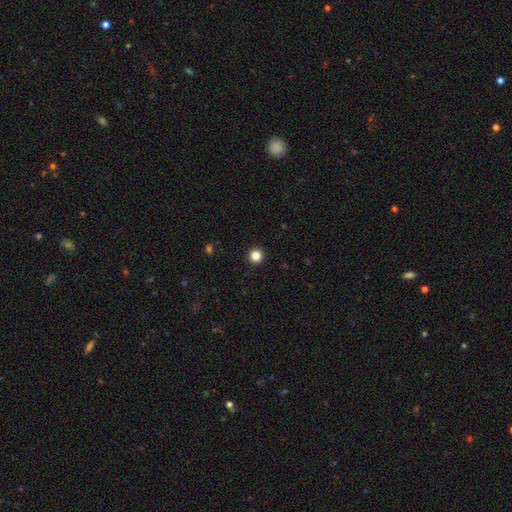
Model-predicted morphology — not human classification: Smooth or featured: smooth — 84% (star or artifact — 12%)
How rounded: round — 95% (in between — 4%)
Merging: none — 94% (minor disturbance — 4%)